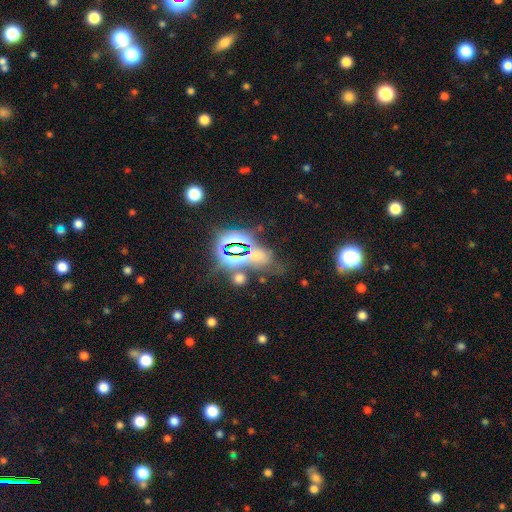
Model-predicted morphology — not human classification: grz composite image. It shows a star or artifact, not a galaxy (55%).